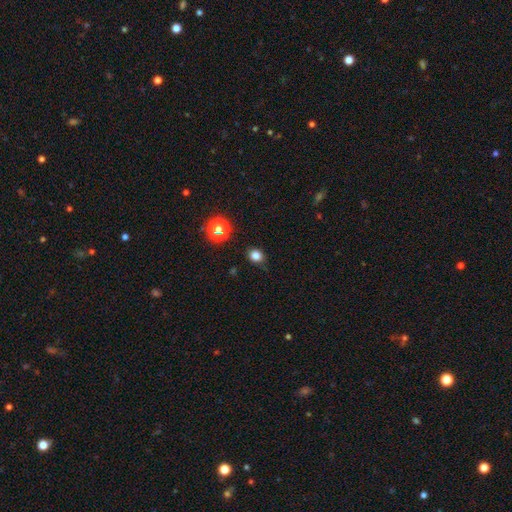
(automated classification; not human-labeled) A smooth galaxy with no disk features (78%) that is round (63%). Merging: none (84%).